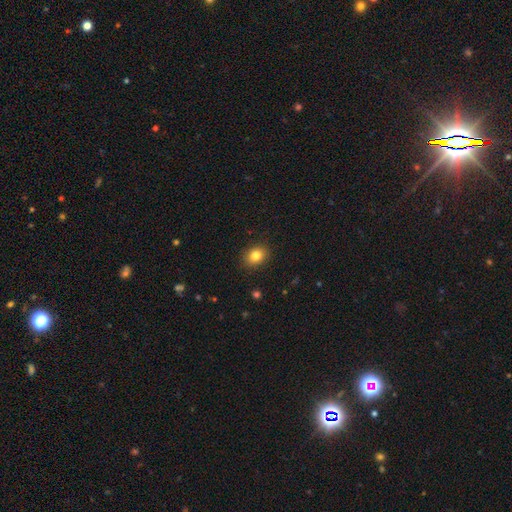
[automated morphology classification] Smooth or featured: smooth — 83% (star or artifact — 10%)
How rounded: in between — 57% (round — 42%)
Merging: none — 89% (minor disturbance — 8%)